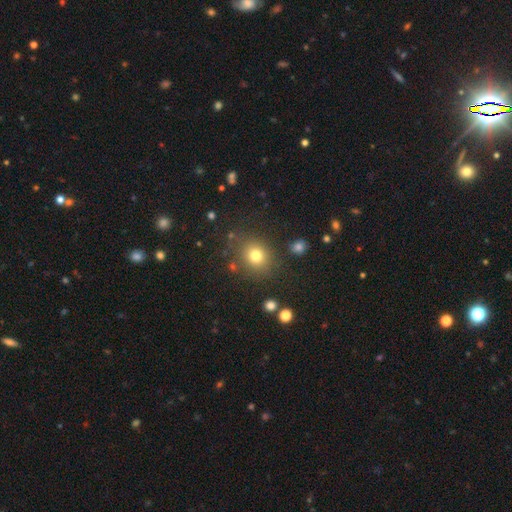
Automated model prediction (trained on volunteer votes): This appears to be a smooth galaxy with no disk features (77%) that is round (77%). Merging: none (81%).